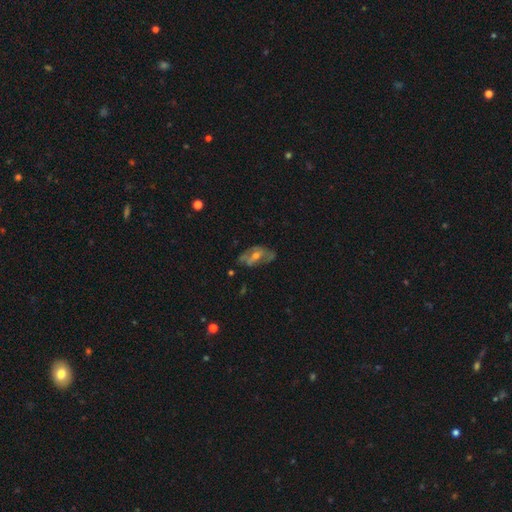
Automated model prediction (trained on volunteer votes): smooth_or_featured: featured or disk (p=0.67) [alt: smooth p=0.23]
disk_edge_on: no (p=0.89) [alt: yes p=0.11]
bar: no (p=0.48) [alt: weak p=0.34]
has_spiral_arms: yes (p=0.50) [tied with: no p=0.50]
bulge_size: moderate (p=0.57) [alt: small p=0.37]
merging: none (p=0.64) [alt: minor disturbance p=0.22]